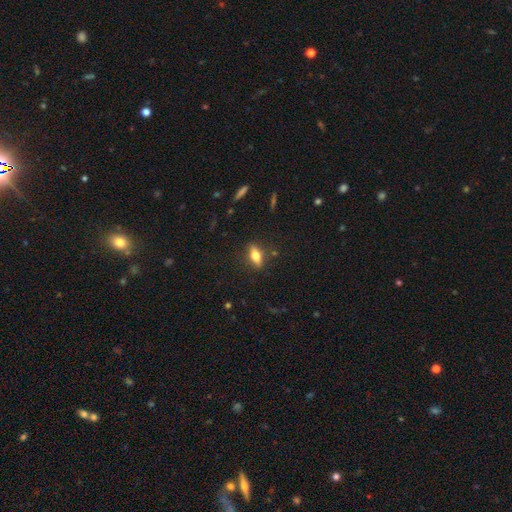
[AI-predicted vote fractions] smooth 60%, featured or disk 31%, star or artifact 9%. Down the decision tree: how rounded — in between (66%); merging — none (85%).